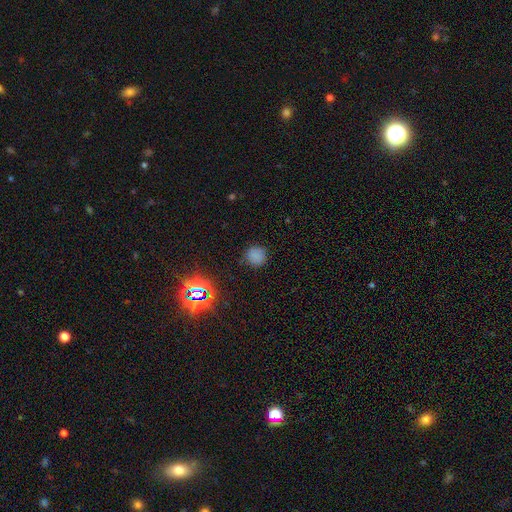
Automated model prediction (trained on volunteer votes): A smooth galaxy with no disk features (72%) that is round (91%). Merging: none (85%).